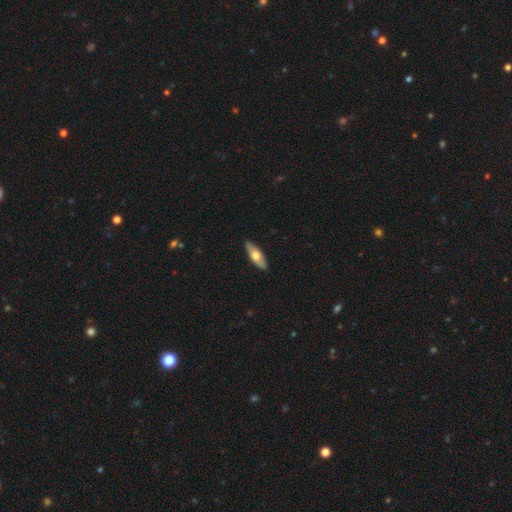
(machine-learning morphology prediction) A smooth galaxy with no disk features (56%) that is in between round and cigar-shaped (63%). Merging: none (89%).